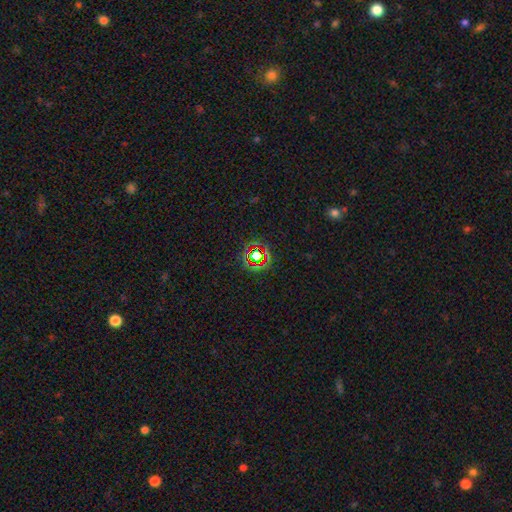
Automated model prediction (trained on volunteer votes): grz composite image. It shows a star or artifact, not a galaxy (70%).